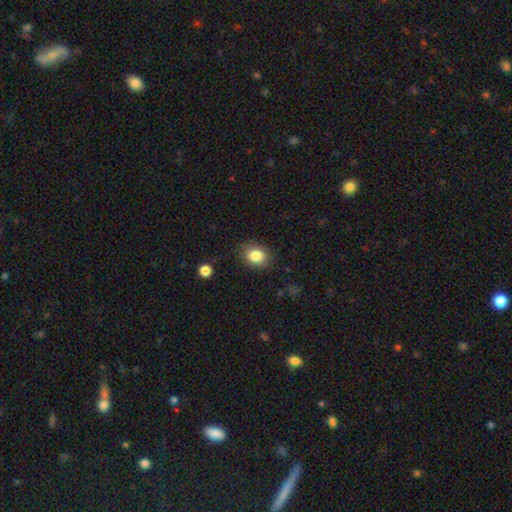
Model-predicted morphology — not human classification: smooth-or-featured: smooth: 84% | star or artifact: 9% | featured or disk: 6%
  how-rounded: in between: 56% | round: 43% | cigar-shaped: 1%
  merging: none: 81% | minor disturbance: 14% | major disturbance: 3% | merger: 2%